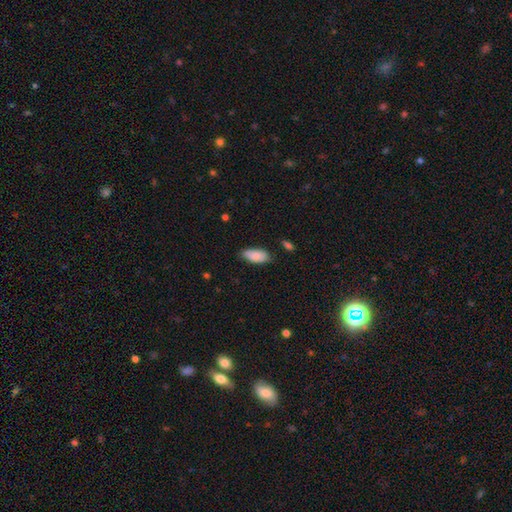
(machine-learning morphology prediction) smooth_or_featured: smooth (p=0.86) [alt: featured or disk p=0.07]
how_rounded: in between (p=0.89) [alt: cigar-shaped p=0.08]
merging: none (p=0.72) [alt: minor disturbance p=0.22]